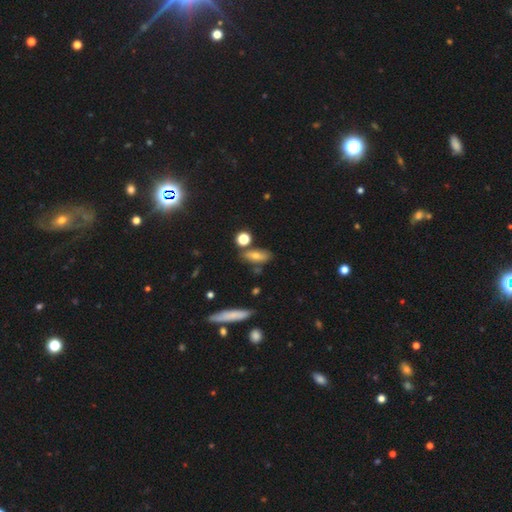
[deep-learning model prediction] Morphology: type=smooth (67%); roundness=in between (67%); merging=none (68%).